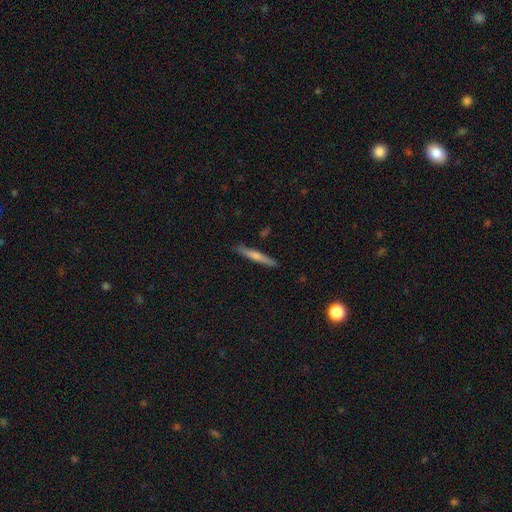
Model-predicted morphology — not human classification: Smooth or featured: featured or disk — 56% (smooth — 36%)
Edge-on disk: yes — 96% (no — 4%)
Edge-on bulge: rounded — 67% (none — 26%)
Merging: none — 89% (minor disturbance — 8%)